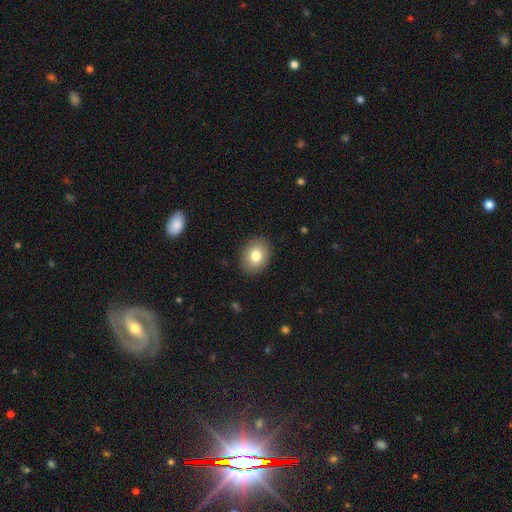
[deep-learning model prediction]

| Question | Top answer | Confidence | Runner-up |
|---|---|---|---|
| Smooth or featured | smooth | 81% | featured or disk (11%) |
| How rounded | in between | 61% | round (38%) |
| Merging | none | 89% | minor disturbance (8%) |